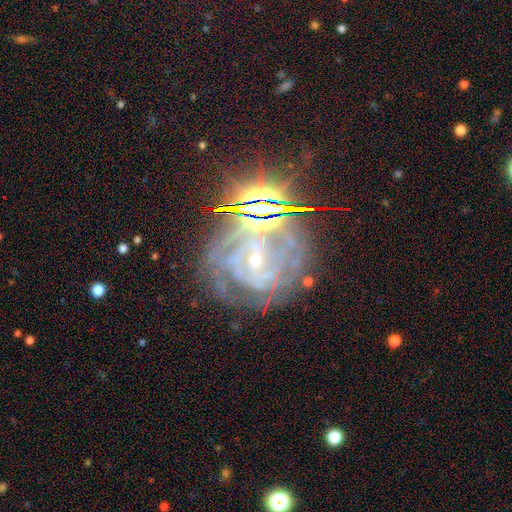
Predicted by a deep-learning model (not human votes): Q: Smooth or featured?
A: featured or disk (78%); runner-up: star or artifact (17%)
Q: Edge-on disk?
A: no (96%); runner-up: yes (4%)
Q: Bar?
A: no (36%); runner-up: weak (35%)
Q: Spiral arms?
A: yes (96%); runner-up: no (4%)
Q: Spiral winding?
A: tight (70%); runner-up: medium (25%)
Q: Spiral arm count?
A: can't tell (27%); runner-up: 3 (21%)
Q: Bulge size?
A: small (79%); runner-up: moderate (18%)
Q: Merging?
A: none (69%); runner-up: minor disturbance (17%)